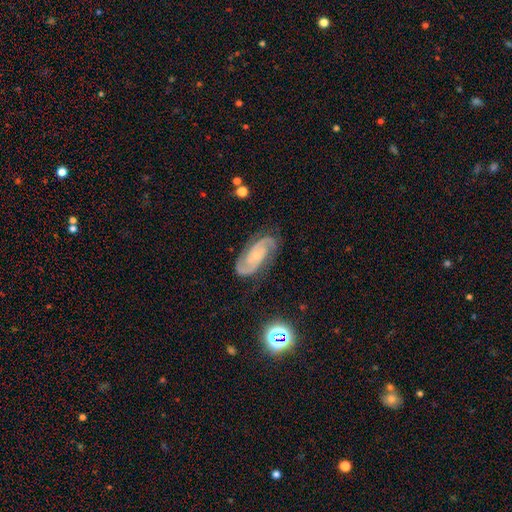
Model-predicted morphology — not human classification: smooth-or-featured: featured or disk: 89% | star or artifact: 6% | smooth: 5%
  disk-edge-on: no: 97% | yes: 3%
    bar: no: 62% | weak: 29% | strong: 10%
    has-spiral-arms: yes: 98% | no: 2%
      spiral-winding: tight: 47% | medium: 45% | loose: 7%
      spiral-arm-count: 2: 88% | 3: 5% | can't tell: 3% | 1: 1% | 4: 1% | more than 4: 1%
    bulge-size: small: 73% | moderate: 18% | none: 7% | large: 1% | dominant: 1%
  merging: none: 81% | minor disturbance: 13% | major disturbance: 4% | merger: 1%